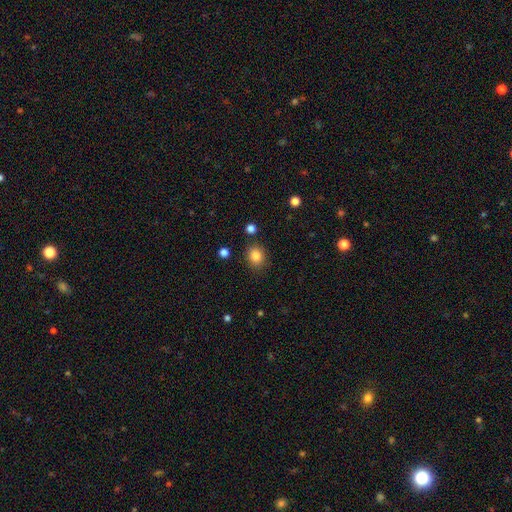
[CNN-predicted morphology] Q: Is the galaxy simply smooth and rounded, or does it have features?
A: smooth — 84%.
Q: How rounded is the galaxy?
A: round — 69%.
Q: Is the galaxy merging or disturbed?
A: none — 85%.